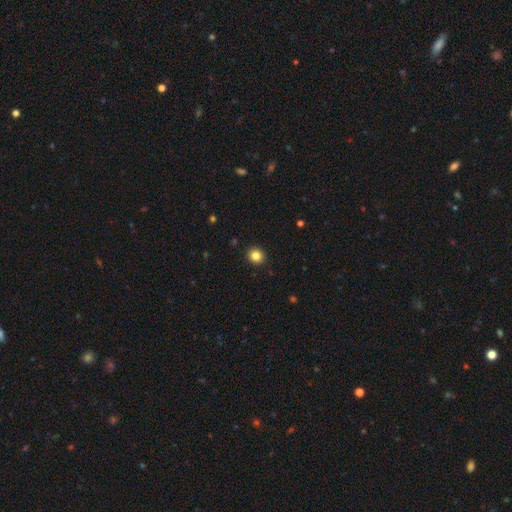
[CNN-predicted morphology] Overall: smooth (83%). How rounded: round (88%). Merging: none (92%).